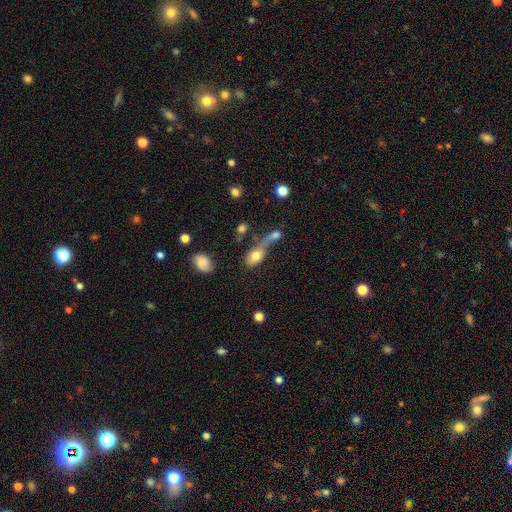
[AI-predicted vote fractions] Smooth or featured: smooth — 73% (featured or disk — 17%)
How rounded: in between — 80% (round — 17%)
Merging: merger — 46% (none — 22%)